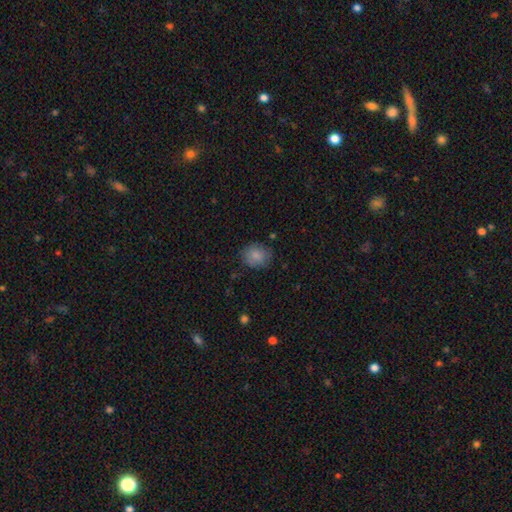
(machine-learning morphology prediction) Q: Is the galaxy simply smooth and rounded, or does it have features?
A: smooth — 85%.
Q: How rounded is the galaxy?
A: round — 71%.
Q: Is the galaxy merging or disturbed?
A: none — 78%.